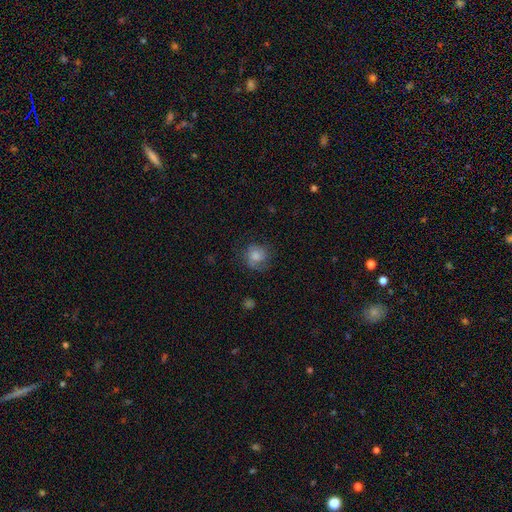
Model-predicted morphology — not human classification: Smooth or featured?
  - smooth: 73% *
  - featured or disk: 18%
  - star or artifact: 9%
How rounded?
  - round: 83% *
  - in between: 16%
  - cigar-shaped: 1%
Merging?
  - none: 66% *
  - minor disturbance: 22%
  - major disturbance: 11%
  - merger: 1%